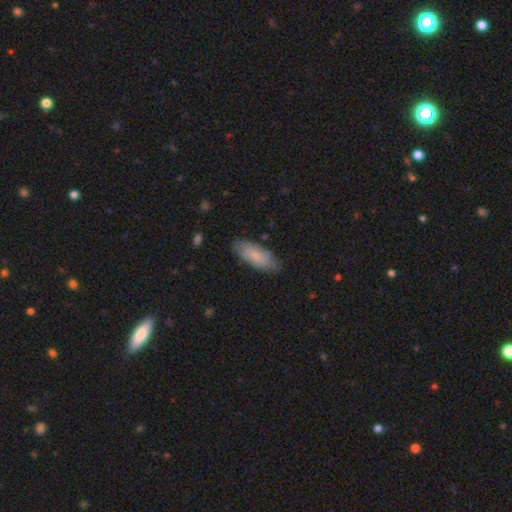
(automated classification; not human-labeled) Smooth or featured? smooth (74%)
How rounded? in between (76%)
Merging? none (78%)